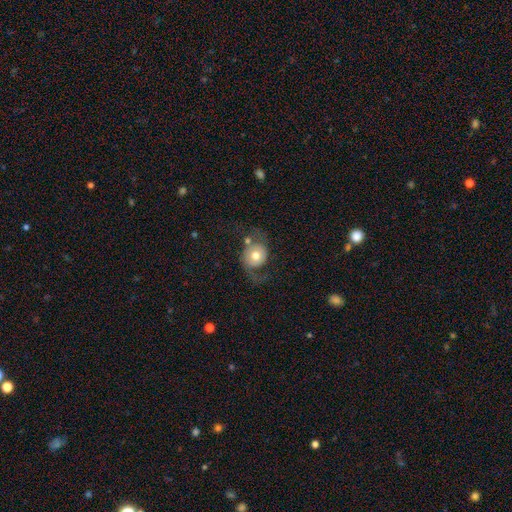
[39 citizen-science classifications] smooth-or-featured: featured or disk: 62% | smooth: 33% | star or artifact: 5%
  disk-edge-on: no: 96% | yes: 4%
    bar: no: 87% | weak: 9% | strong: 4%
    has-spiral-arms: yes: 83% | no: 17%
      spiral-winding: loose: 79% | tight: 11% | medium: 11%
      spiral-arm-count: 2: 95% | 1: 5% | 3: 0% | 4: 0% | more than 4: 0% | can't tell: 0%
    bulge-size: moderate: 70% | large: 13% | small: 13% | dominant: 4% | none: 0%
  merging: none: 51% | major disturbance: 30% | minor disturbance: 16% | merger: 3%